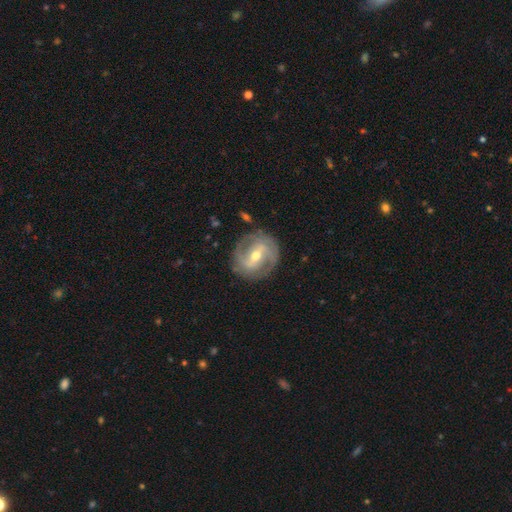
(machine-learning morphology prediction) smooth-or-featured: featured or disk: 82% | smooth: 12% | star or artifact: 5%
  disk-edge-on: no: 96% | yes: 4%
    bar: strong: 45% | weak: 40% | no: 15%
    has-spiral-arms: yes: 88% | no: 12%
      spiral-winding: medium: 42% | tight: 41% | loose: 16%
      spiral-arm-count: 2: 77% | can't tell: 11% | 3: 7% | 1: 2% | 4: 2% | more than 4: 2%
    bulge-size: moderate: 62% | small: 34% | large: 3% | none: 1% | dominant: 1%
  merging: none: 82% | minor disturbance: 12% | major disturbance: 4% | merger: 2%